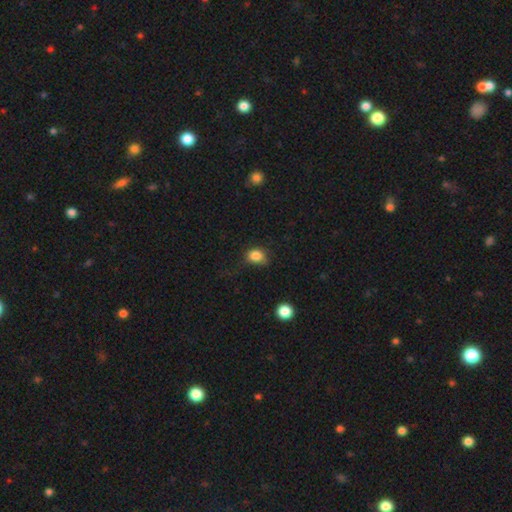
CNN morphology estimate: Overall: smooth (84%). How rounded: round (52%; in between 47%). Merging: none (55%; minor disturbance 31%).